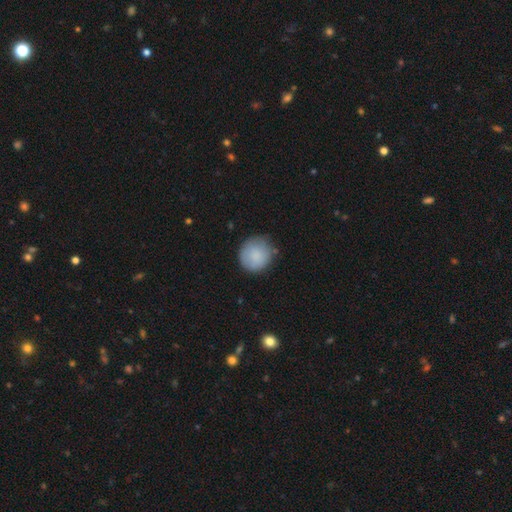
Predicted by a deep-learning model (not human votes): smooth 86%, featured or disk 7%, star or artifact 7%. Down the decision tree: how rounded — round (91%); merging — none (74%).